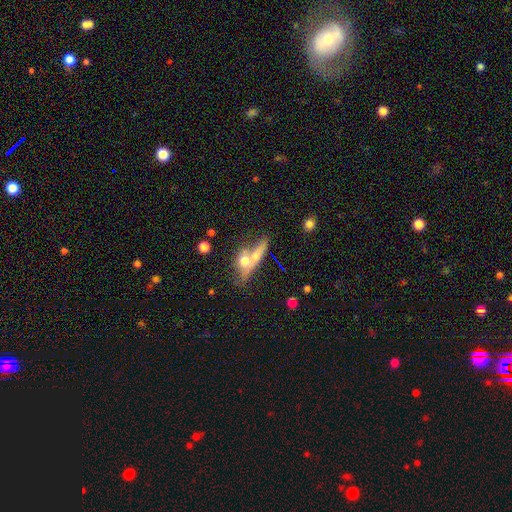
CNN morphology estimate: Smooth or featured: smooth — 56% (featured or disk — 36%)
How rounded: cigar-shaped — 42% (in between — 40%)
Merging: merger — 53% (none — 30%)